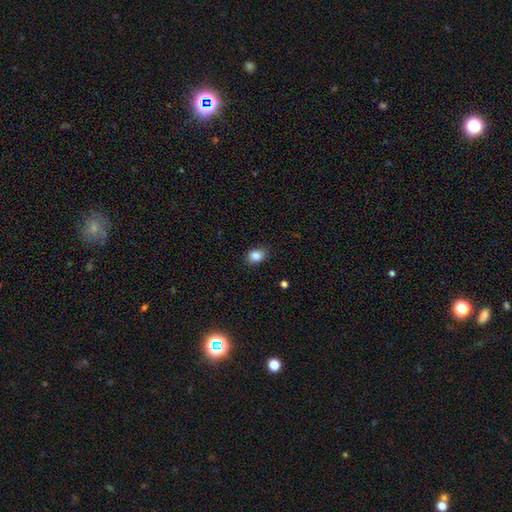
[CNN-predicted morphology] Overall: smooth (86%). How rounded: in between (63%; round 35%). Merging: none (83%).